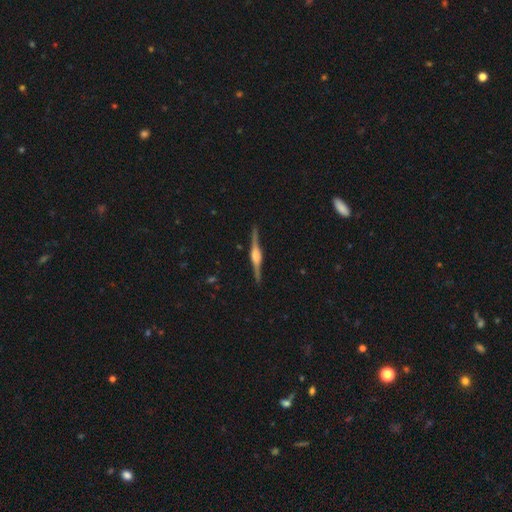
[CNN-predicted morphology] Overall: featured or disk (86%). Edge-on disk: yes (98%). Edge-on bulge: rounded (74%). Merging: none (91%).